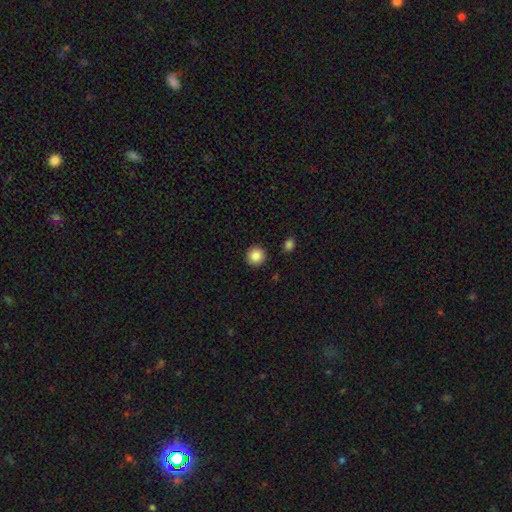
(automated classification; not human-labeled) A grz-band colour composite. It shows a smooth galaxy with no disk features (87%) that is round (95%). Merging: none (91%).